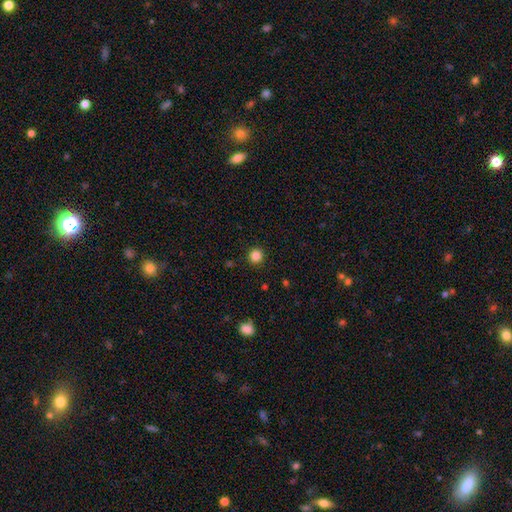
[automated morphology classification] smooth_or_featured: smooth (p=0.85) [alt: star or artifact p=0.11]
how_rounded: round (p=0.95) [alt: in between p=0.04]
merging: none (p=0.92) [alt: minor disturbance p=0.05]